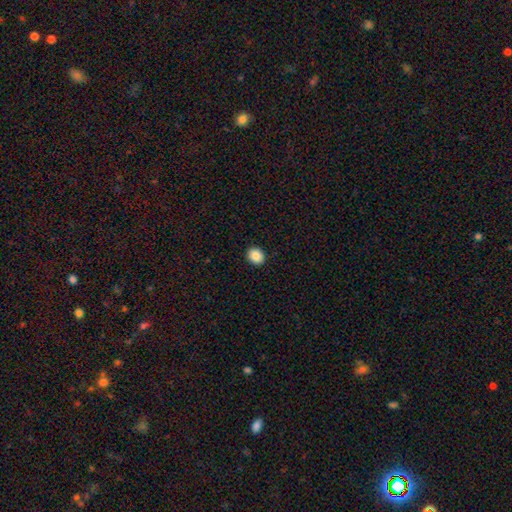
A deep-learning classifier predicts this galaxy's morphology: smooth-or-featured: smooth: 87% | star or artifact: 9% | featured or disk: 4%
  how-rounded: round: 67% | in between: 32% | cigar-shaped: 1%
  merging: none: 92% | minor disturbance: 5% | major disturbance: 2% | merger: 1%